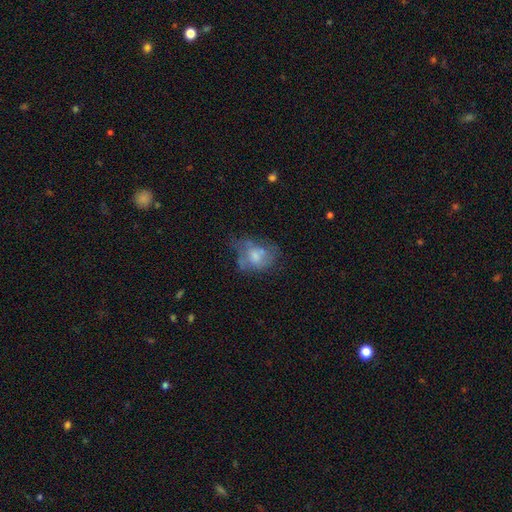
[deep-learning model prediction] smooth-or-featured: smooth: 51% | featured or disk: 38% | star or artifact: 10%
  how-rounded: in between: 59% | round: 39% | cigar-shaped: 1%
  merging: none: 34% | major disturbance: 30% | minor disturbance: 26% | merger: 11%